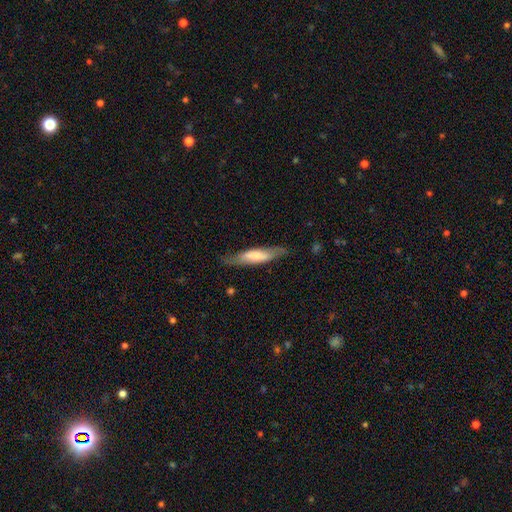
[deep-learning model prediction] smooth 55%, featured or disk 39%, star or artifact 6%. Down the decision tree: how rounded — cigar-shaped (71%); merging — none (75%).